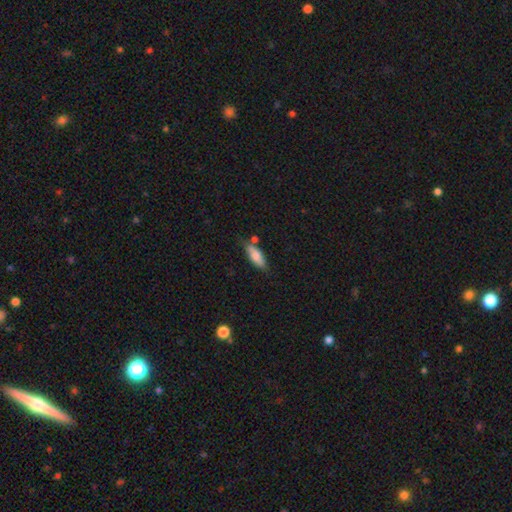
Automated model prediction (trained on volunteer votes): smooth 77%, featured or disk 16%, star or artifact 6%. Down the decision tree: how rounded — in between (66%); merging — none (64%).